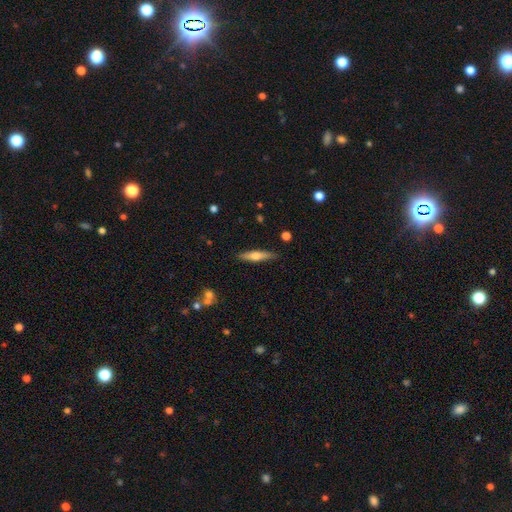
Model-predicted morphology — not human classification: Smooth or featured: smooth — 51% (featured or disk — 43%)
How rounded: cigar-shaped — 82% (in between — 16%)
Merging: none — 88% (minor disturbance — 9%)